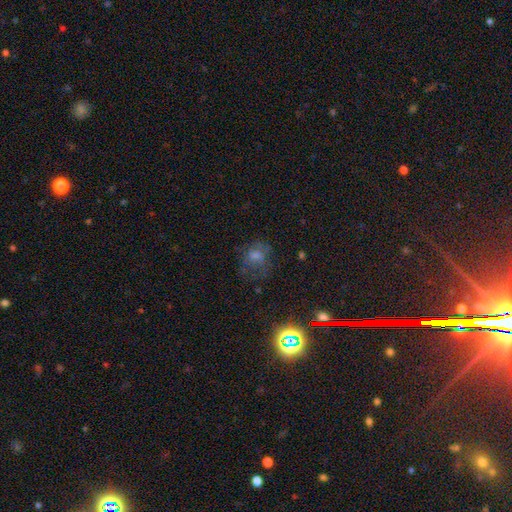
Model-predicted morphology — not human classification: smooth 39%, star or artifact 34%, featured or disk 27%. Down the decision tree: merging — none (59%).